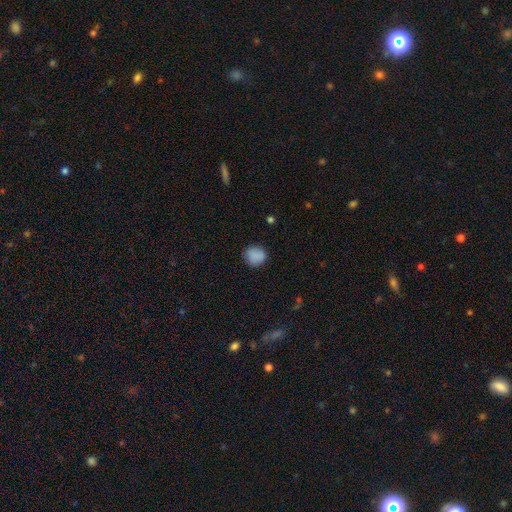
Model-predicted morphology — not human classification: smooth_or_featured: smooth (p=0.87) [alt: star or artifact p=0.09]
how_rounded: round (p=0.87) [alt: in between p=0.12]
merging: none (p=0.85) [alt: minor disturbance p=0.11]